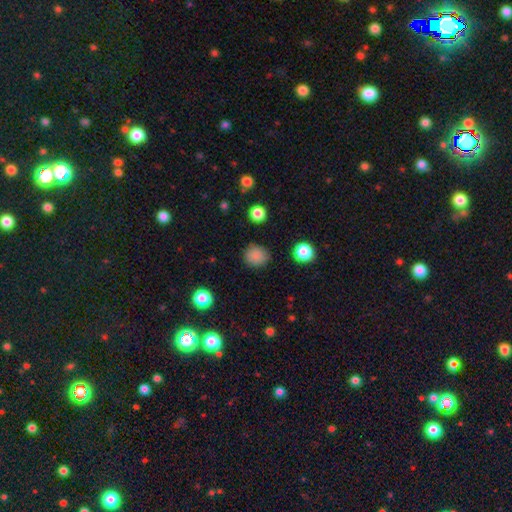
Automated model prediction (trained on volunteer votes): Q: Smooth or featured?
A: smooth (85%); runner-up: star or artifact (12%)
Q: How rounded?
A: round (86%); runner-up: in between (13%)
Q: Merging?
A: none (85%); runner-up: minor disturbance (10%)